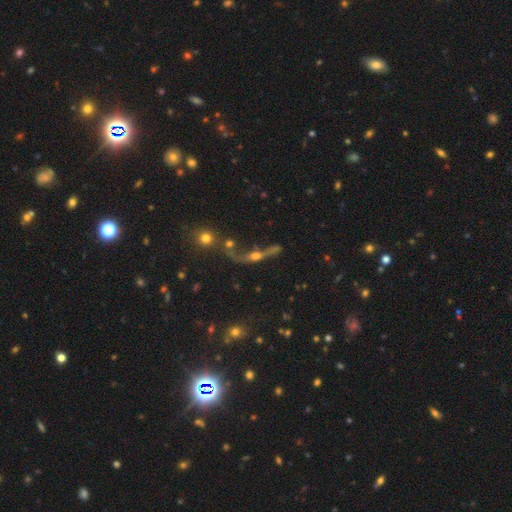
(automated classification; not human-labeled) This is possibly a featured or disk galaxy (58%). It is possibly viewed edge-on (58%). Merging: marginally none (33%).